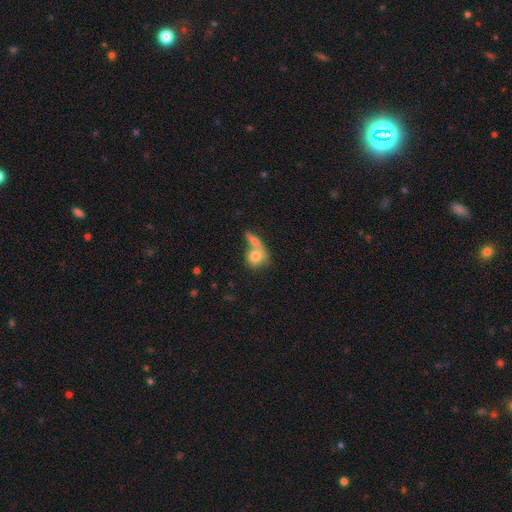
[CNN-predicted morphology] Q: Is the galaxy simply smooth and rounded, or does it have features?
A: smooth — 77%.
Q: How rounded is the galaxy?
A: round — 66%.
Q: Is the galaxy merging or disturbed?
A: merger — 57%.